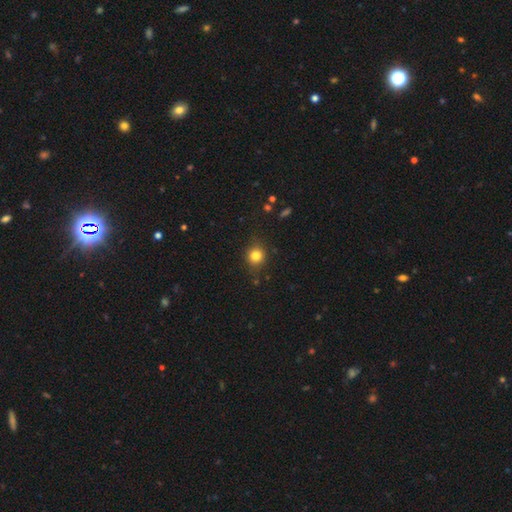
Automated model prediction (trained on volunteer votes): Smooth or featured?
  - smooth: 81% *
  - star or artifact: 12%
  - featured or disk: 7%
How rounded?
  - round: 84% *
  - in between: 15%
  - cigar-shaped: 1%
Merging?
  - none: 82% *
  - minor disturbance: 13%
  - major disturbance: 3%
  - merger: 2%